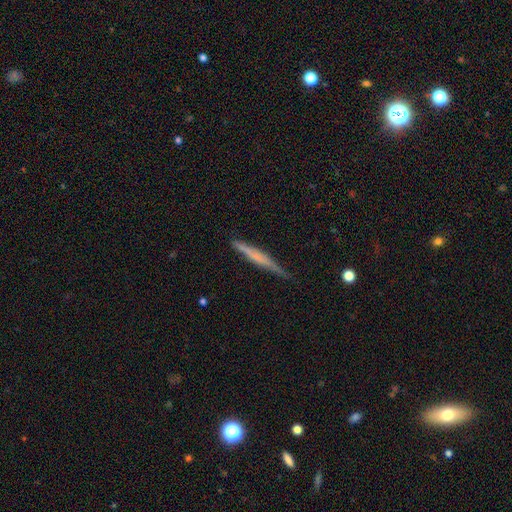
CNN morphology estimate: Q: Smooth or featured?
A: featured or disk (50%); runner-up: smooth (44%)
Q: Edge-on disk?
A: yes (97%); runner-up: no (3%)
Q: Merging?
A: none (84%); runner-up: minor disturbance (13%)